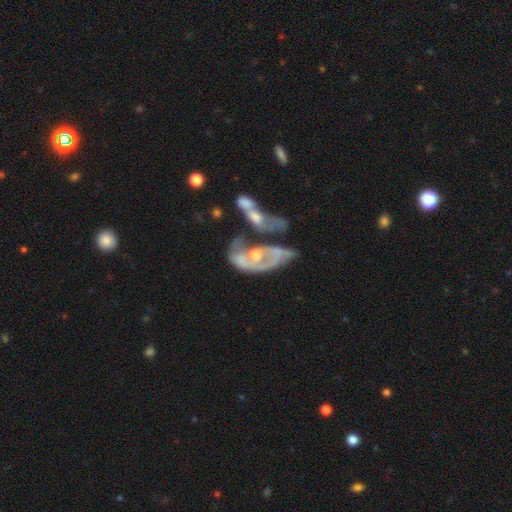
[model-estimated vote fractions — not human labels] A featured or disk galaxy (75%) with no bar (72%), spiral arms (60%) and a moderate central bulge (45%). Merging: merger (54%).